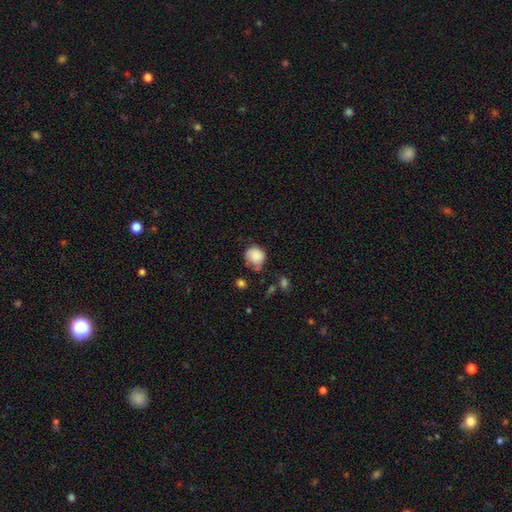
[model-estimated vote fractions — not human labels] Smooth or featured: smooth — 84% (star or artifact — 8%)
How rounded: round — 83% (in between — 17%)
Merging: none — 57% (minor disturbance — 29%)